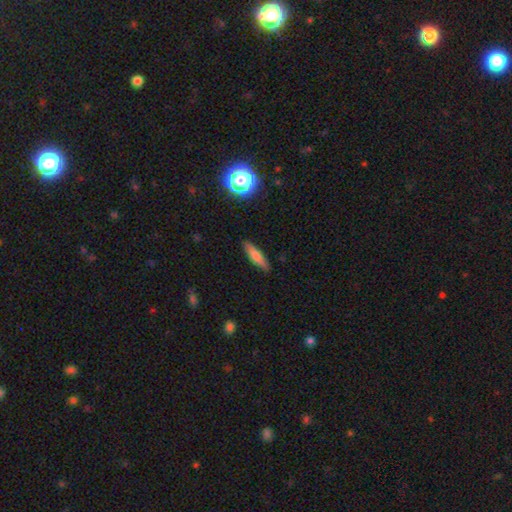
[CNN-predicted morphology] smooth-or-featured: smooth: 71% | featured or disk: 21% | star or artifact: 8%
  how-rounded: cigar-shaped: 71% | in between: 26% | round: 2%
  merging: none: 86% | minor disturbance: 11% | major disturbance: 2% | merger: 1%